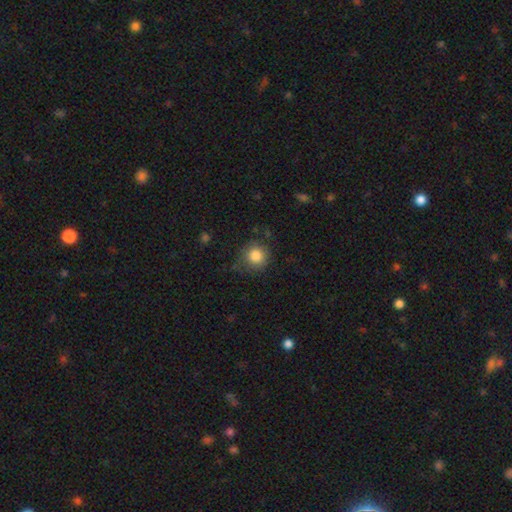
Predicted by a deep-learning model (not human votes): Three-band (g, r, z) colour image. It shows a smooth galaxy with no disk features (84%) that is round (92%). Merging: none (74%).